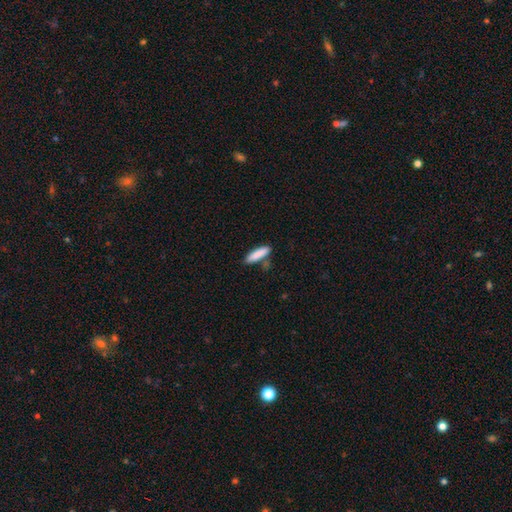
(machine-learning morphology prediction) Smooth or featured?
  - smooth: 86% *
  - featured or disk: 8%
  - star or artifact: 6%
How rounded?
  - cigar-shaped: 71% *
  - in between: 27%
  - round: 2%
Merging?
  - none: 74% *
  - minor disturbance: 15%
  - merger: 8%
  - major disturbance: 3%